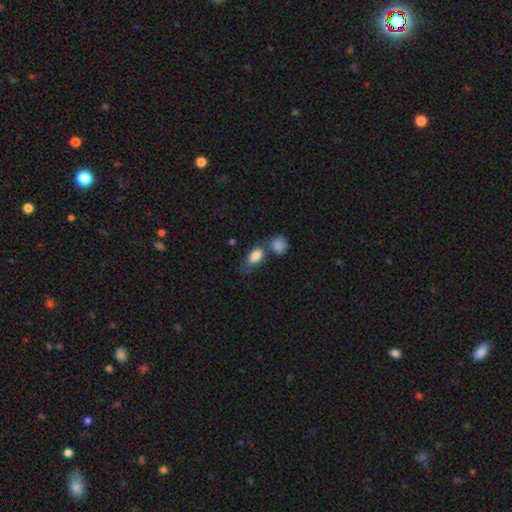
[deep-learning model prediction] Morphology: type=smooth (85%); roundness=in between (86%); merging=none (38%, tied with merger).